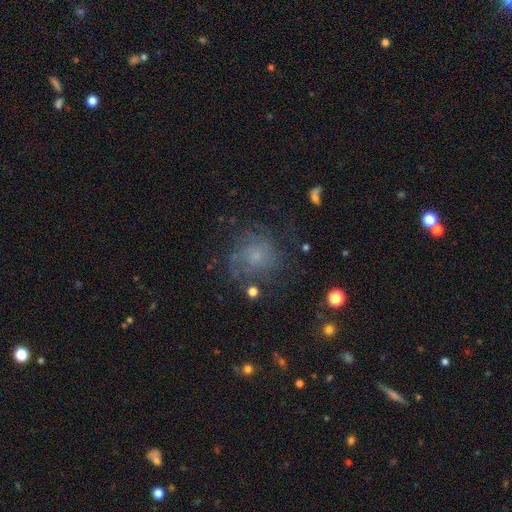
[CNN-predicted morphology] A featured or disk galaxy (51%).

Vote fractions:
- Smooth or featured? featured or disk: 51% / smooth: 32% / star or artifact: 17%
- Edge-on disk? no: 97% / yes: 3%
- Merging? none: 63% / minor disturbance: 19% / major disturbance: 15% / merger: 2%